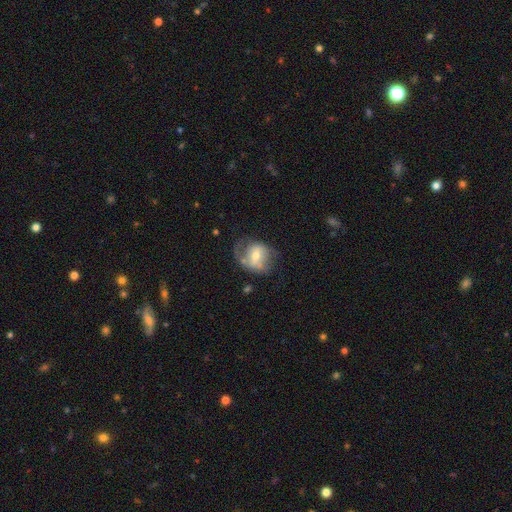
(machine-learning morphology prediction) A featured or disk galaxy (59%) with a weak bar (45%), spiral arms (72%) and a moderate central bulge (61%).

Vote fractions:
- Smooth or featured? featured or disk: 59% / smooth: 34% / star or artifact: 7%
- Edge-on disk? no: 96% / yes: 4%
- Bar? weak: 45% / no: 34% / strong: 21%
- Spiral arms? yes: 72% / no: 28%
- Bulge size? moderate: 61% / small: 30% / large: 6% / none: 2% / dominant: 1%
- Merging? none: 46% / minor disturbance: 26% / major disturbance: 25% / merger: 3%